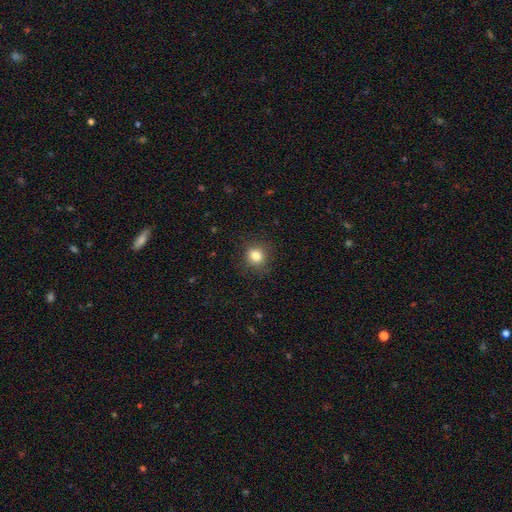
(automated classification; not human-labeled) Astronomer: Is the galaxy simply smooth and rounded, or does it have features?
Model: smooth — 83%.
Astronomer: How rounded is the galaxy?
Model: round — 83%.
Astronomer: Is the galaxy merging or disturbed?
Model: none — 86%.